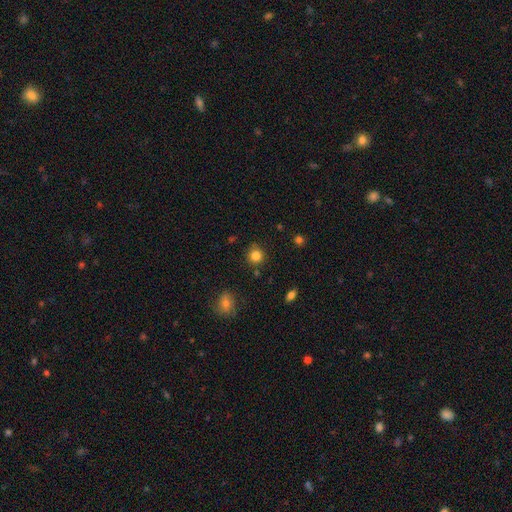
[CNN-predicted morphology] Smooth or featured?
  - smooth: 84% *
  - star or artifact: 11%
  - featured or disk: 5%
How rounded?
  - round: 91% *
  - in between: 8%
  - cigar-shaped: 1%
Merging?
  - none: 85% *
  - minor disturbance: 10%
  - merger: 3%
  - major disturbance: 3%